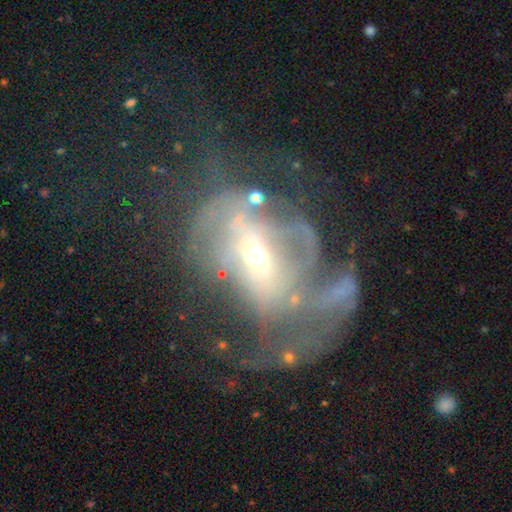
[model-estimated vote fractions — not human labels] Overall: featured or disk (69%). Edge-on disk: no (94%). Bar: no (51%; weak 30%). Spiral arms: no (50%, tied with yes). Bulge size: moderate (56%; small 33%). Merging: major disturbance (52%; merger 19%).